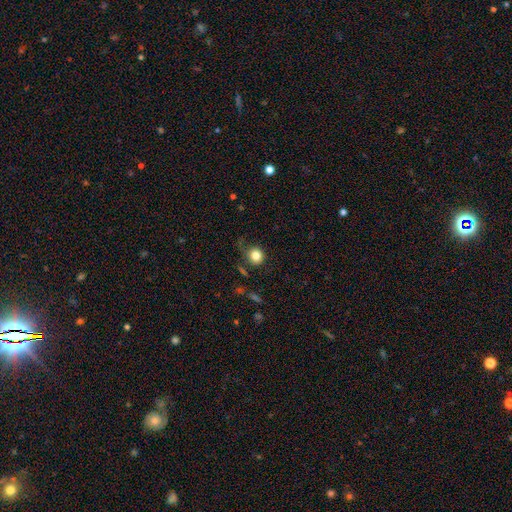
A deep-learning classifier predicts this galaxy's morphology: type=smooth (82%); roundness=round (84%); merging=none (66%).